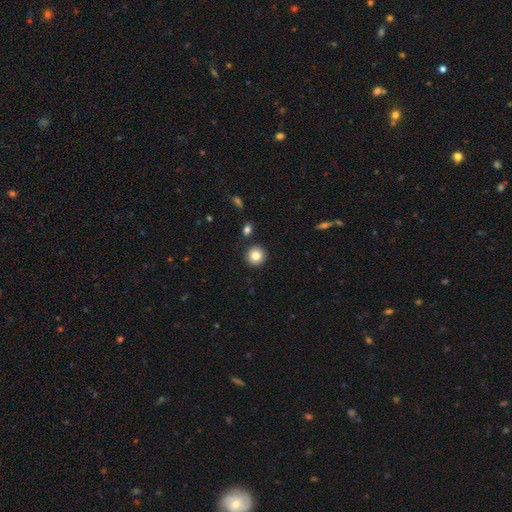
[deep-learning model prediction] A smooth galaxy with no disk features (83%) that is round (92%). Merging: none (89%).